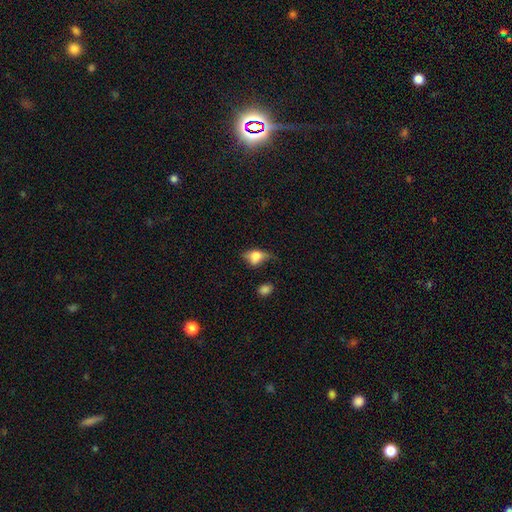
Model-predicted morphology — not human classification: This is likely a smooth galaxy (63%). How rounded: likely in between (69%). Merging: marginally none (40%).